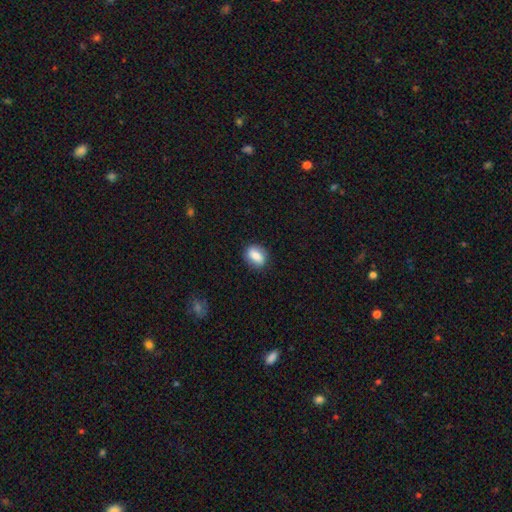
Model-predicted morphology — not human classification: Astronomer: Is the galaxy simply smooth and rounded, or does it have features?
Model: smooth — 78%.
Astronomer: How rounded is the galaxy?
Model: in between — 68%.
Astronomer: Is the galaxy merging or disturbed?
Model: none — 84%.